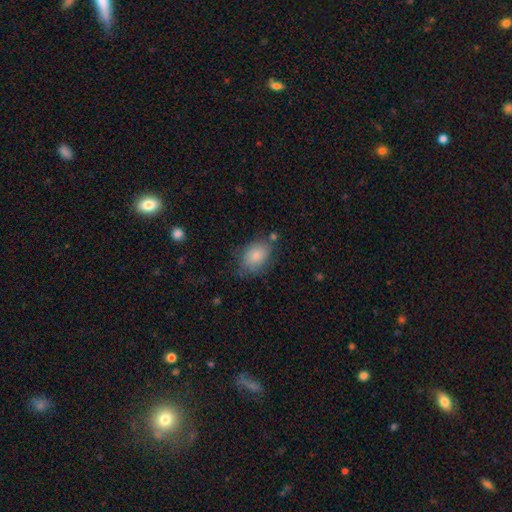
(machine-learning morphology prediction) Smooth or featured: smooth — 81% (featured or disk — 12%)
How rounded: in between — 80% (round — 19%)
Merging: none — 66% (minor disturbance — 22%)